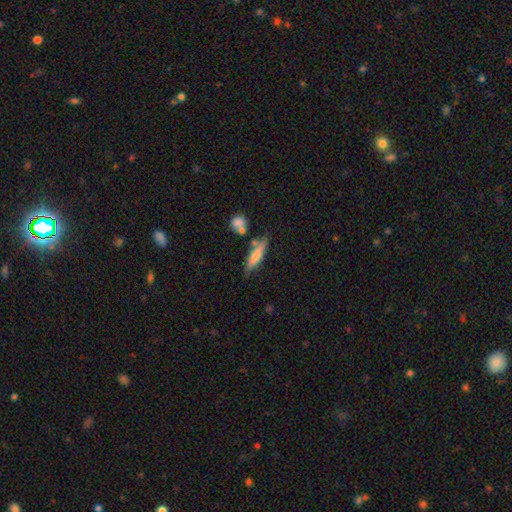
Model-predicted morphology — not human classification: Smooth or featured? smooth (66%)
How rounded? cigar-shaped (72%)
Merging? none (65%)